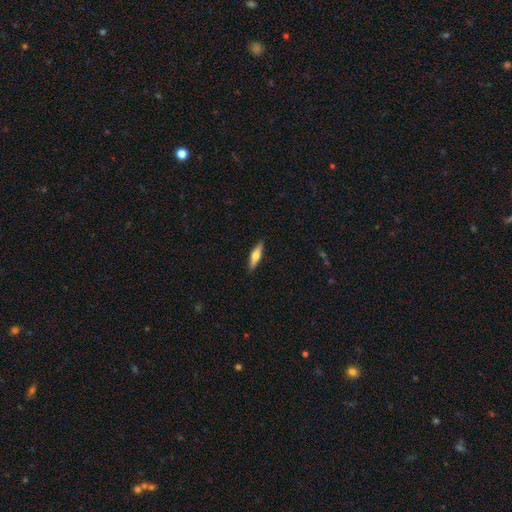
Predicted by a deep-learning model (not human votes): Smooth or featured? smooth (55%)
How rounded? cigar-shaped (70%)
Merging? none (90%)